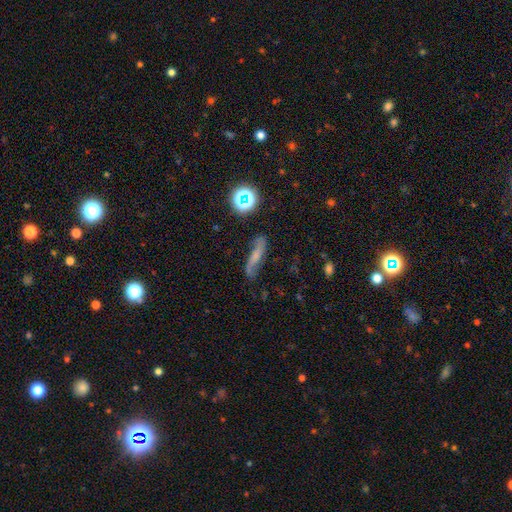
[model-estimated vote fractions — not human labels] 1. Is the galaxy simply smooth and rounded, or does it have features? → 53% featured or disk, 32% smooth, 15% star or artifact.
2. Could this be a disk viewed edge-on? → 75% no, 25% yes.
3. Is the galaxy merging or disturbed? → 72% none, 19% minor disturbance, 6% major disturbance, 3% merger.